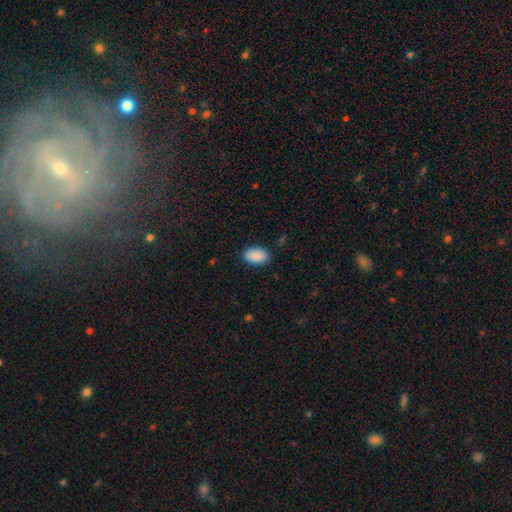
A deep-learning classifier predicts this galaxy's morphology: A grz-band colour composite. It shows a smooth galaxy with no disk features (90%) that is in between round and cigar-shaped (93%). Merging: none (87%).